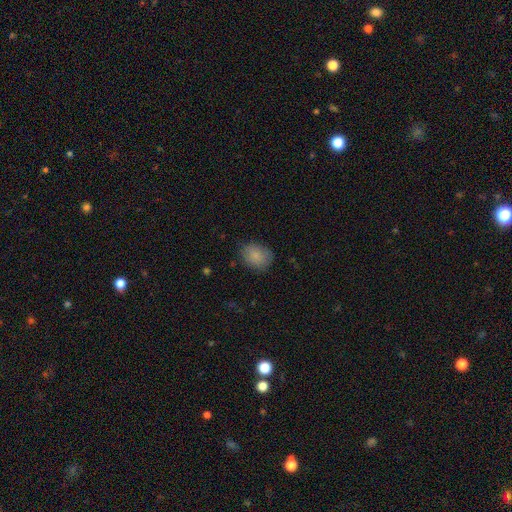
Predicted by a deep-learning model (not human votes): Smooth or featured? Predicted: smooth (p=0.86). How rounded? Predicted: in between (p=0.53). Merging? Predicted: none (p=0.79).